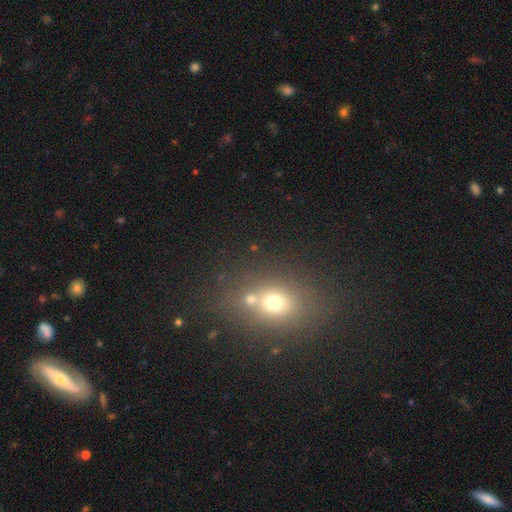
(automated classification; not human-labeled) A smooth galaxy with no disk features (50%) that is round (49%).

Vote fractions:
- Smooth or featured? smooth: 50% / star or artifact: 33% / featured or disk: 17%
- How rounded? round: 49% / in between: 48% / cigar-shaped: 3%
- Merging? none: 63% / merger: 22% / minor disturbance: 10% / major disturbance: 5%